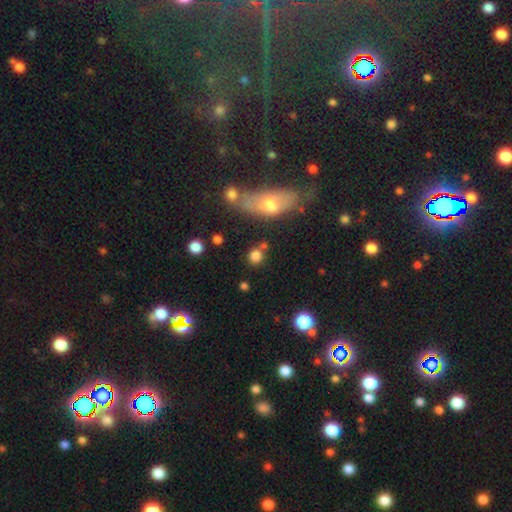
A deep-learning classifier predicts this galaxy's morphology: Q: Smooth or featured?
A: smooth (80%); runner-up: star or artifact (12%)
Q: How rounded?
A: round (80%); runner-up: in between (18%)
Q: Merging?
A: none (66%); runner-up: merger (17%)